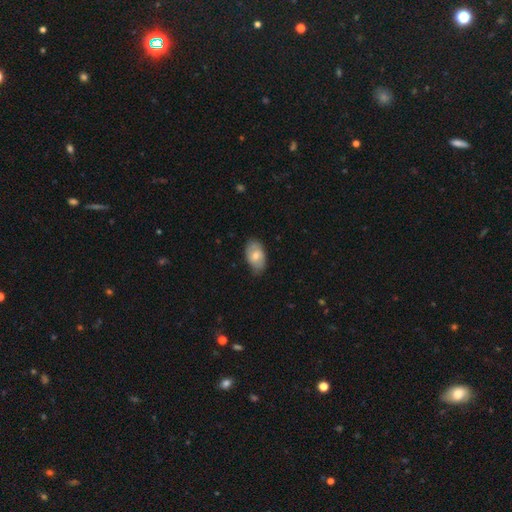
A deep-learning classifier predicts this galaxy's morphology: Overall: smooth (64%; featured or disk 30%). How rounded: in between (92%). Merging: none (74%).